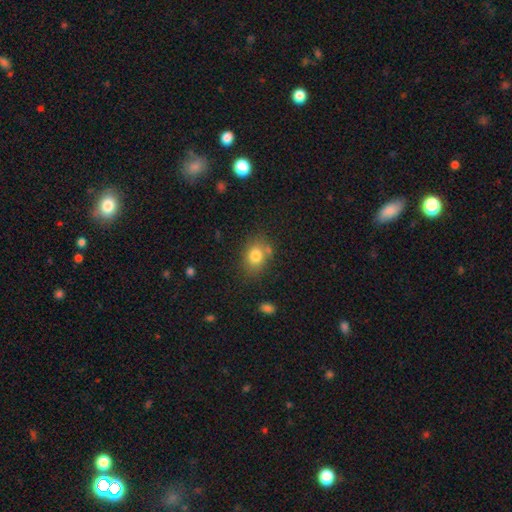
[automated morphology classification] Q: Smooth or featured?
A: smooth (80%); runner-up: star or artifact (10%)
Q: How rounded?
A: in between (63%); runner-up: round (36%)
Q: Merging?
A: none (67%); runner-up: minor disturbance (18%)